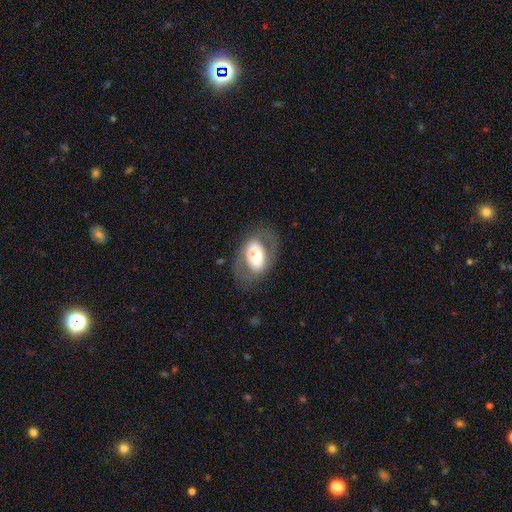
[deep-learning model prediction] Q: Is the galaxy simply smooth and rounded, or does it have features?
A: smooth — 47%.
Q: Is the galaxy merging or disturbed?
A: none — 71%.